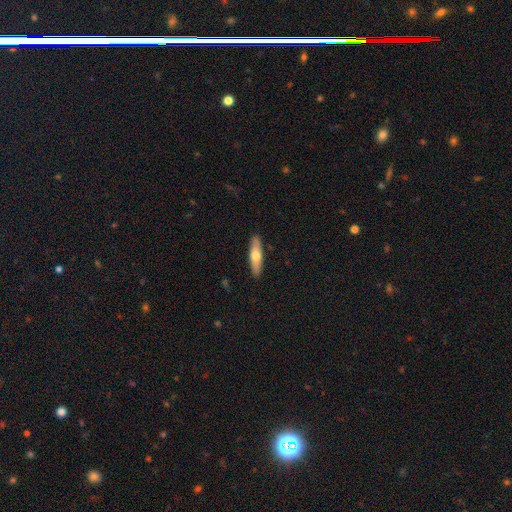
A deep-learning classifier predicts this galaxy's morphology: Overall: smooth (59%; featured or disk 36%). How rounded: cigar-shaped (70%). Merging: none (90%).